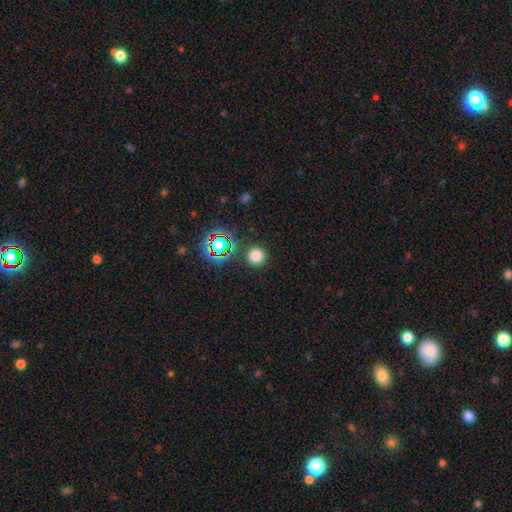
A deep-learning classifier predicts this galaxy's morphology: smooth 76%, star or artifact 19%, featured or disk 5%. Down the decision tree: how rounded — round (95%); merging — none (89%).